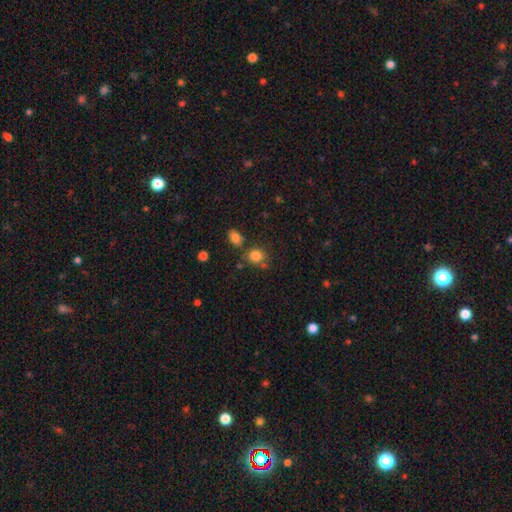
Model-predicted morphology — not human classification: A smooth galaxy with no disk features (82%) that is round (71%).

Vote fractions:
- Smooth or featured? smooth: 82% / star or artifact: 12% / featured or disk: 6%
- How rounded? round: 71% / in between: 28% / cigar-shaped: 1%
- Merging? none: 66% / merger: 15% / minor disturbance: 14% / major disturbance: 5%